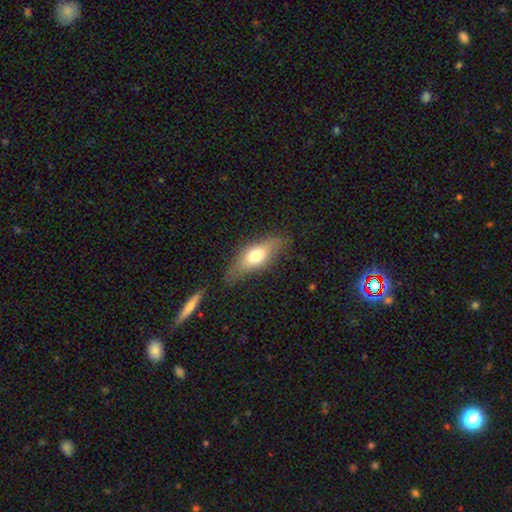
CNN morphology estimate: Smooth or featured? Predicted: smooth (p=0.63). How rounded? Predicted: in between (p=0.68). Merging? Predicted: none (p=0.74).